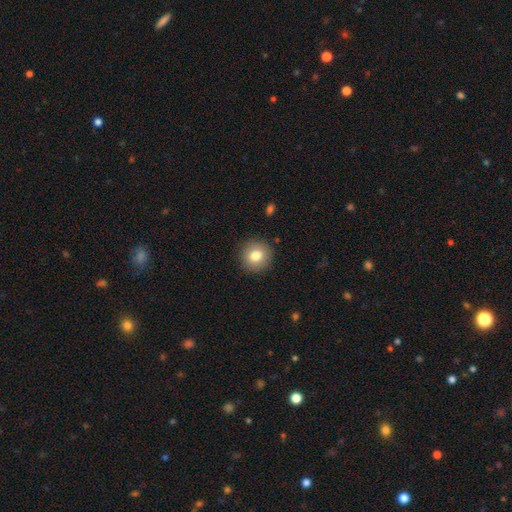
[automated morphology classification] The model was most divided on "smooth or featured": smooth: 80%, featured or disk: 11%, star or artifact: 9%. More confident: how rounded — round (91%); merging — none (90%).